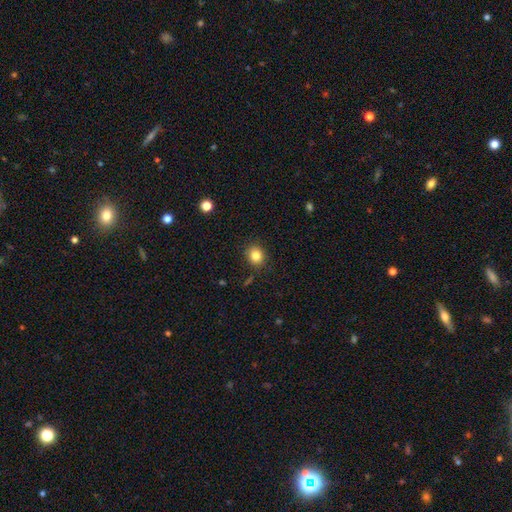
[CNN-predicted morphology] smooth-or-featured: smooth: 83% | star or artifact: 11% | featured or disk: 6%
  how-rounded: round: 77% | in between: 22% | cigar-shaped: 1%
  merging: none: 87% | minor disturbance: 8% | major disturbance: 2% | merger: 2%